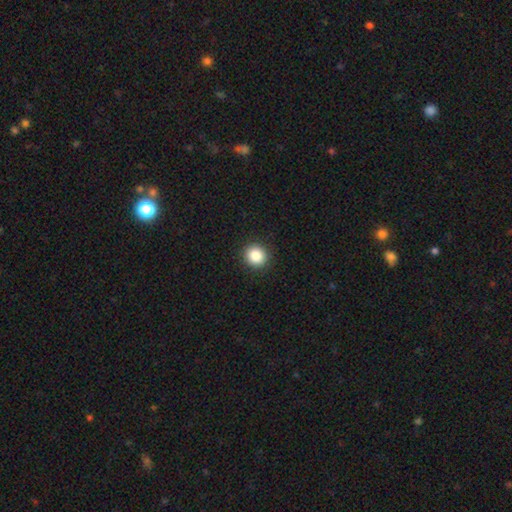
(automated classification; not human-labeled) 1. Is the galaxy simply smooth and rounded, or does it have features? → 86% smooth, 10% star or artifact, 4% featured or disk.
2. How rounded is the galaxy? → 89% round, 10% in between, 1% cigar-shaped.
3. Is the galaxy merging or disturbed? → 92% none, 5% minor disturbance, 2% major disturbance, 1% merger.